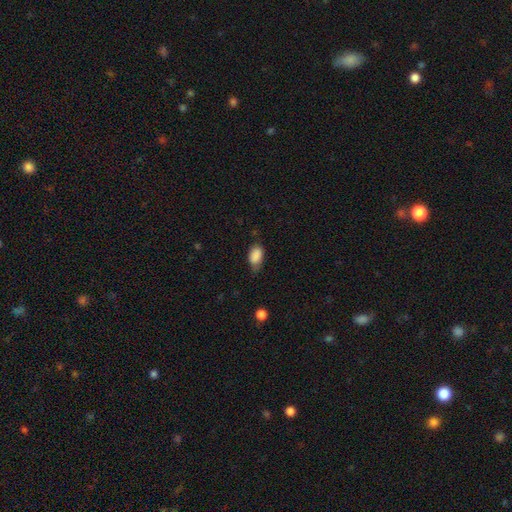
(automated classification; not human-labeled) Smooth or featured?
  - smooth: 87% *
  - star or artifact: 8%
  - featured or disk: 5%
How rounded?
  - in between: 90% *
  - round: 8%
  - cigar-shaped: 2%
Merging?
  - none: 56% *
  - minor disturbance: 34%
  - major disturbance: 8%
  - merger: 2%